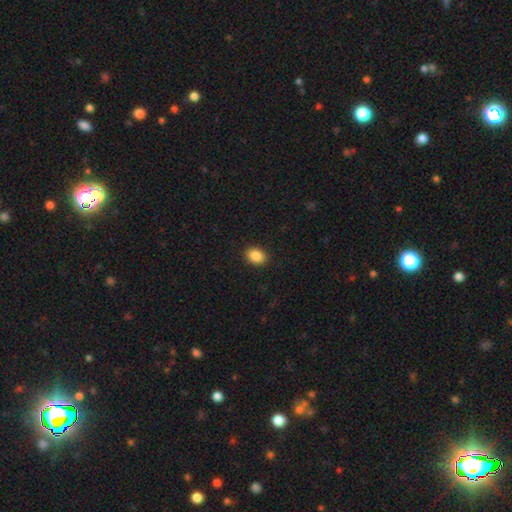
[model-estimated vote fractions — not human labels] Smooth or featured: smooth — 88% (star or artifact — 9%)
How rounded: in between — 70% (round — 29%)
Merging: none — 91% (minor disturbance — 7%)